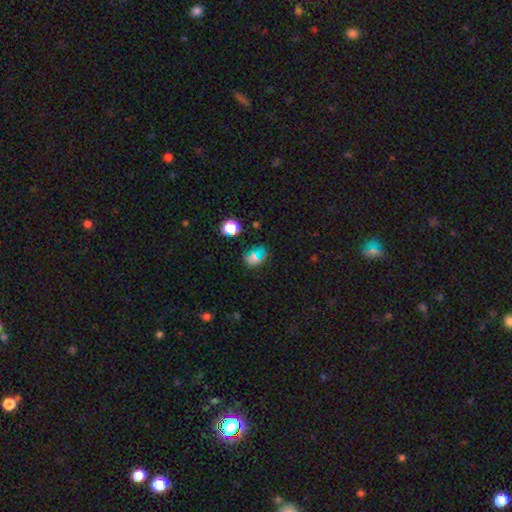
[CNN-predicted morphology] Smooth or featured? Predicted: smooth (p=0.56). How rounded? Predicted: round (p=0.57). Merging? Predicted: none (p=0.77).